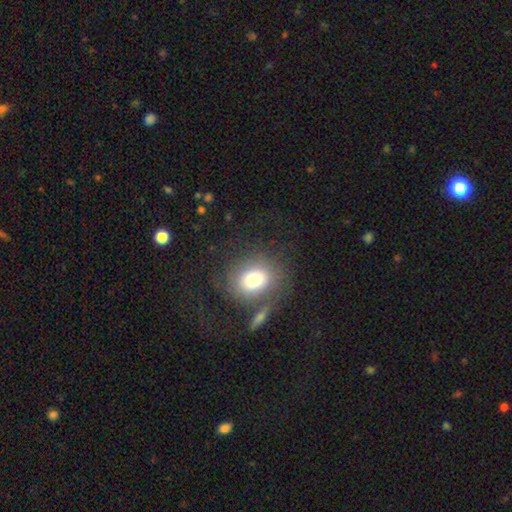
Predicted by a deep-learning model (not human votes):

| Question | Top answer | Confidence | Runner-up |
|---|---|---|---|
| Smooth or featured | smooth | 61% | featured or disk (20%) |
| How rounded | round | 57% | in between (41%) |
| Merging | none | 64% | minor disturbance (15%) |